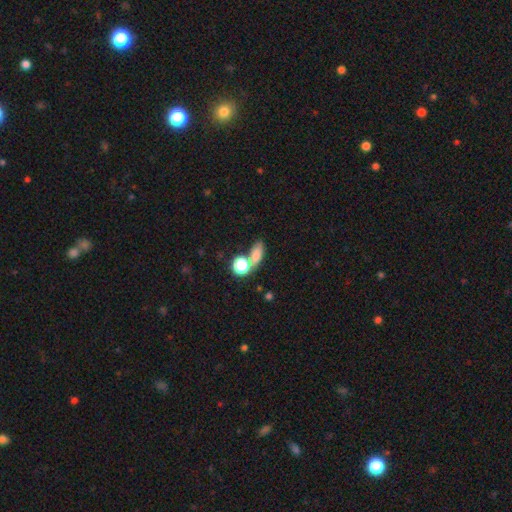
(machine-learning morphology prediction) This appears to be a smooth galaxy with no disk features (75%) that is in between round and cigar-shaped (68%). Merging: none (43%).